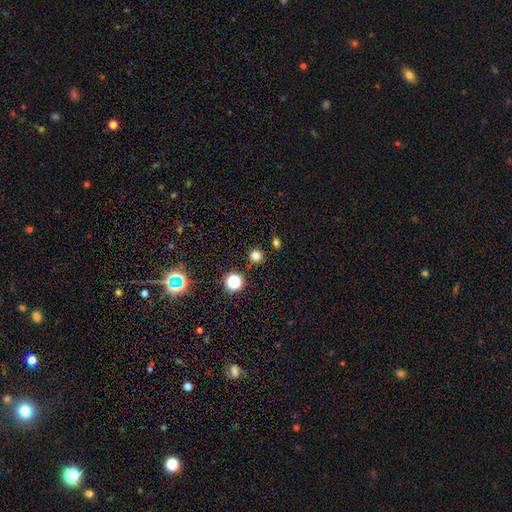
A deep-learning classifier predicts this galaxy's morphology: A smooth galaxy with no disk features (77%) that is round (94%).

Vote fractions:
- Smooth or featured? smooth: 77% / star or artifact: 18% / featured or disk: 5%
- How rounded? round: 94% / in between: 5% / cigar-shaped: 1%
- Merging? none: 89% / minor disturbance: 6% / merger: 3% / major disturbance: 2%